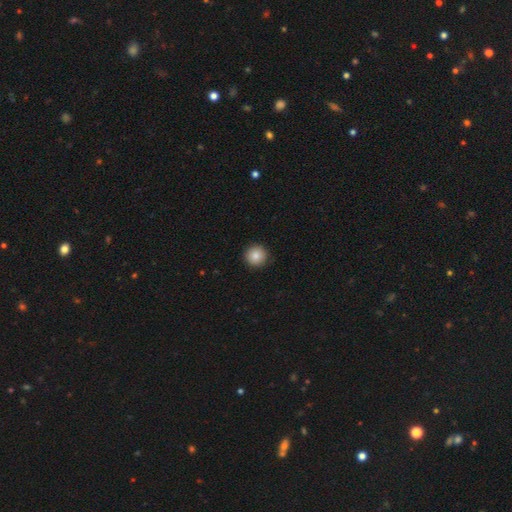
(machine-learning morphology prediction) Smooth or featured?
  - smooth: 86% *
  - star or artifact: 9%
  - featured or disk: 5%
How rounded?
  - round: 95% *
  - in between: 4%
  - cigar-shaped: 1%
Merging?
  - none: 91% *
  - minor disturbance: 6%
  - major disturbance: 2%
  - merger: 1%